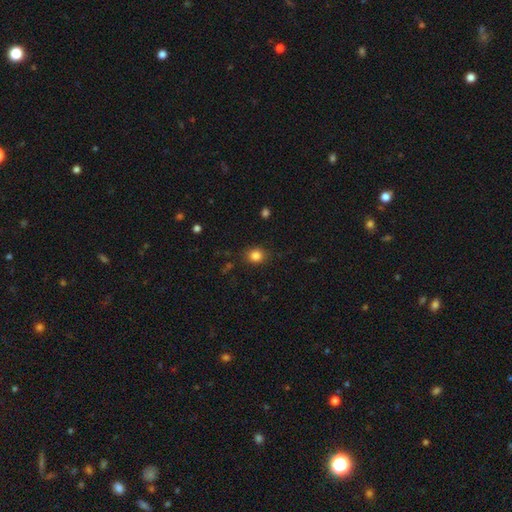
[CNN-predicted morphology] smooth_or_featured: smooth (p=0.83) [alt: star or artifact p=0.11]
how_rounded: round (p=0.72) [alt: in between p=0.27]
merging: none (p=0.85) [alt: minor disturbance p=0.10]